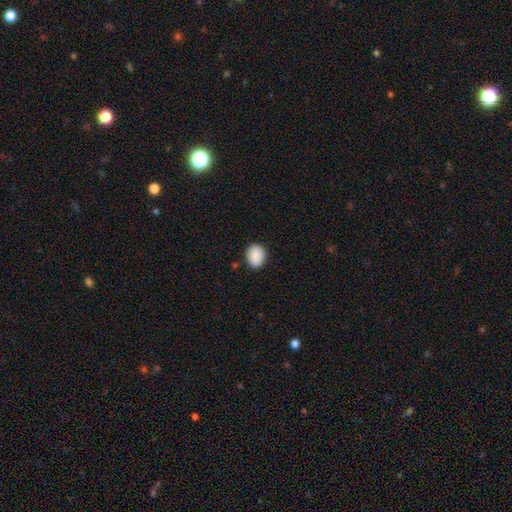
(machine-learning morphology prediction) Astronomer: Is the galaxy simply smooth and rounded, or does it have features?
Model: smooth — 89%.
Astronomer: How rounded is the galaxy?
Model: round — 52% (runner-up: in between, 47%).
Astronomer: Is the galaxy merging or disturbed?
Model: none — 87%.